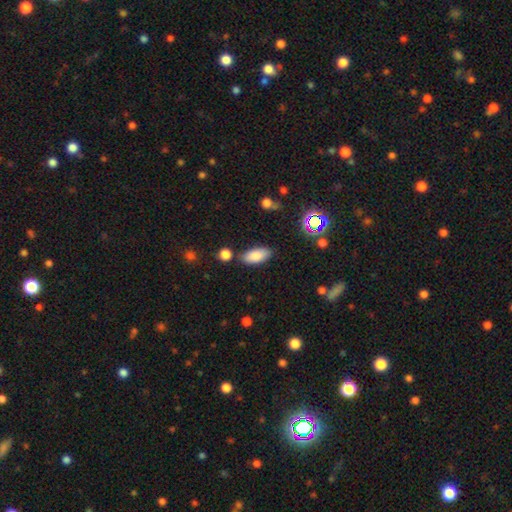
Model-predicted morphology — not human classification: Smooth or featured? Predicted: smooth (p=0.83). How rounded? Predicted: in between (p=0.87). Merging? Predicted: none (p=0.80).